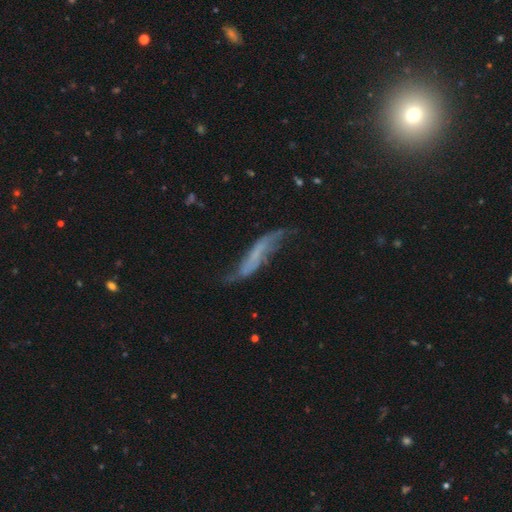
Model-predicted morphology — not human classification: type=featured or disk (58%); edge-on=no (64%); merging=none (44%).